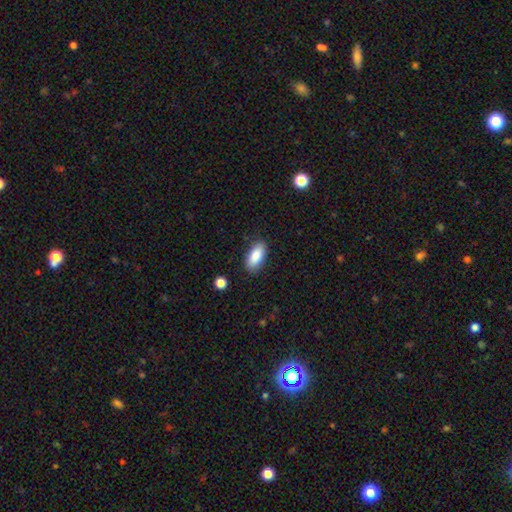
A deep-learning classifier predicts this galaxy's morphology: Smooth or featured: smooth — 87% (star or artifact — 7%)
How rounded: in between — 89% (cigar-shaped — 9%)
Merging: none — 86% (minor disturbance — 10%)